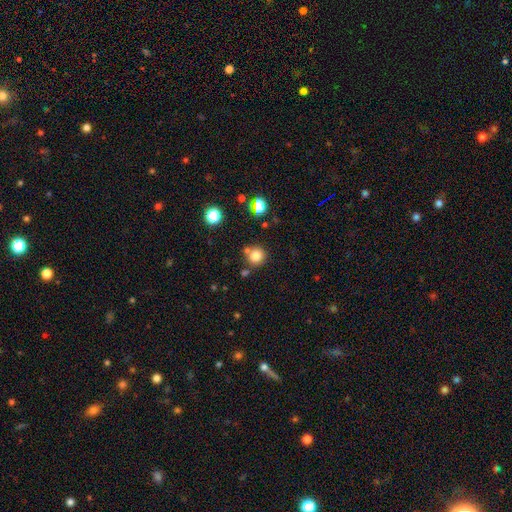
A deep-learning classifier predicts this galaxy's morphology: Q: Smooth or featured?
A: smooth (80%); runner-up: star or artifact (14%)
Q: How rounded?
A: round (93%); runner-up: in between (6%)
Q: Merging?
A: none (76%); runner-up: merger (12%)